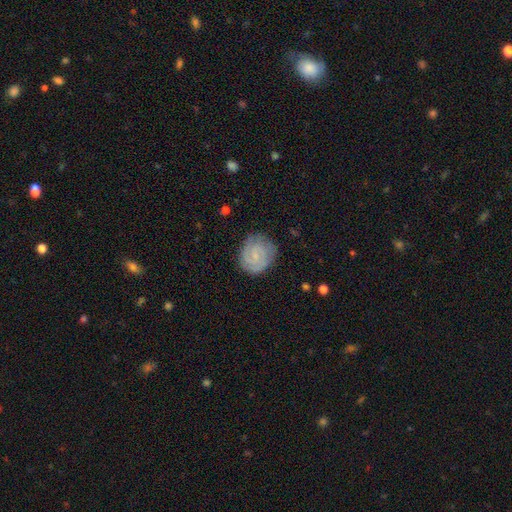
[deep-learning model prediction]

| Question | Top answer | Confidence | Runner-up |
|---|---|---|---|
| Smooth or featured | featured or disk | 71% | smooth (22%) |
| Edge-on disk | no | 98% | yes (2%) |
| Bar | weak | 46% | no (45%) |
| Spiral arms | yes | 95% | no (5%) |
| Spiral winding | tight | 68% | medium (27%) |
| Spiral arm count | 2 | 52% | can't tell (20%) |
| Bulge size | small | 62% | none (25%) |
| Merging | none | 80% | minor disturbance (14%) |